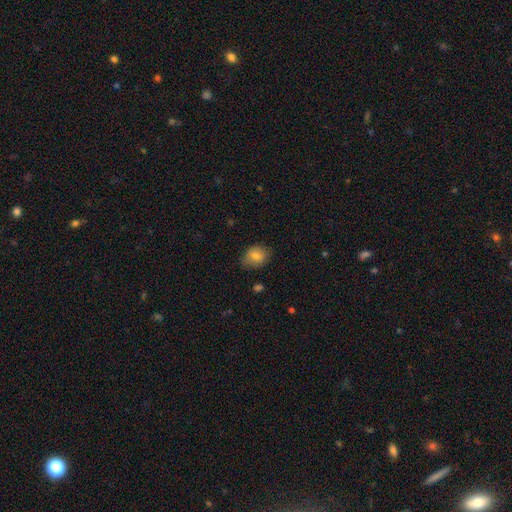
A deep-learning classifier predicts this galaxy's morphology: smooth_or_featured: smooth (p=0.80) [alt: featured or disk p=0.12]
how_rounded: in between (p=0.57) [alt: round p=0.41]
merging: none (p=0.75) [alt: minor disturbance p=0.20]